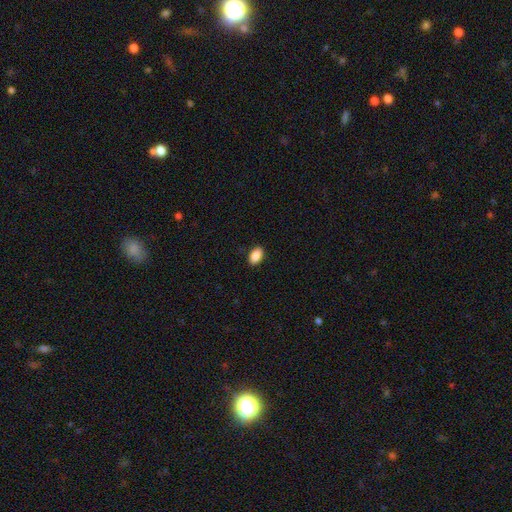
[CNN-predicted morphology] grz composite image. It shows a smooth galaxy with no disk features (90%) that is in between round and cigar-shaped (92%). Merging: none (89%).